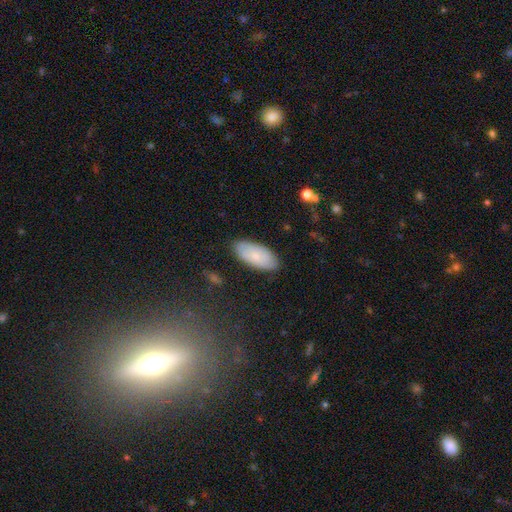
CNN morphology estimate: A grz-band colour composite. It shows a smooth galaxy with no disk features (70%) that is in between round and cigar-shaped (91%). Merging: none (84%).